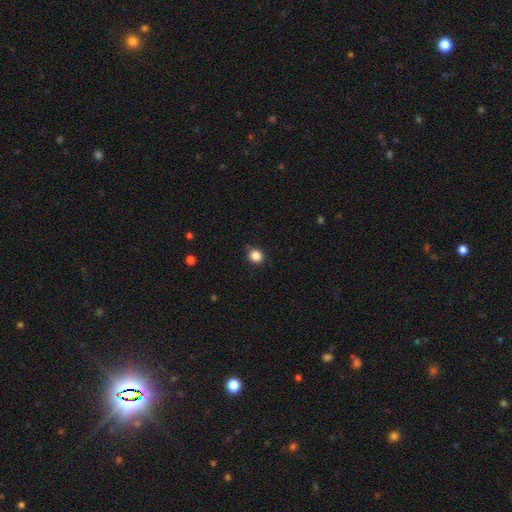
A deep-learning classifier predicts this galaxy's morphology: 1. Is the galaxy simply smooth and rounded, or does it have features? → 85% smooth, 11% star or artifact, 3% featured or disk.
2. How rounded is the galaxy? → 84% round, 15% in between, 1% cigar-shaped.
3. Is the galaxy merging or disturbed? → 83% none, 12% minor disturbance, 3% major disturbance, 2% merger.